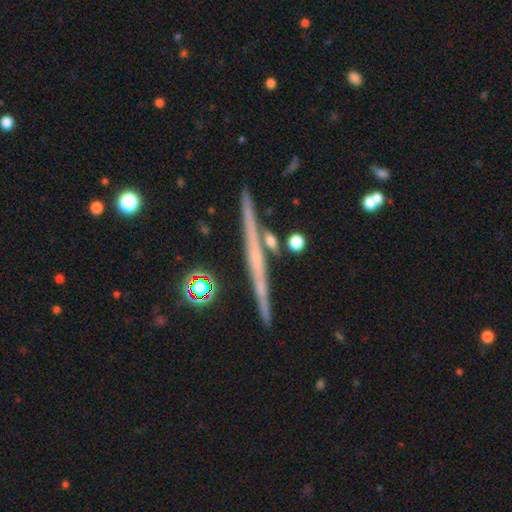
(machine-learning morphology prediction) Overall: featured or disk (63%; smooth 29%). Edge-on disk: yes (97%). Edge-on bulge: none (85%). Merging: none (88%).